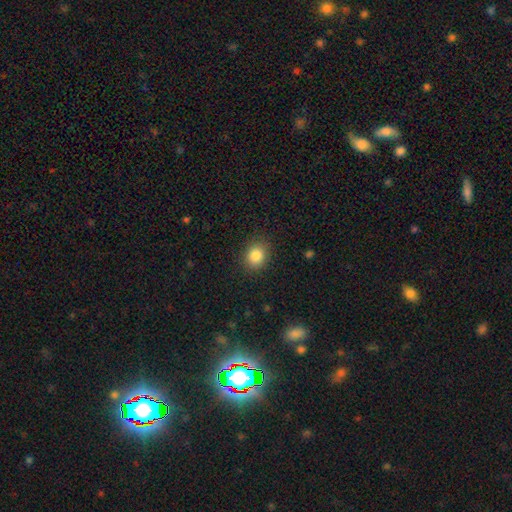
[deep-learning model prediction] Smooth or featured: smooth — 85% (star or artifact — 10%)
How rounded: round — 62% (in between — 37%)
Merging: none — 87% (minor disturbance — 9%)